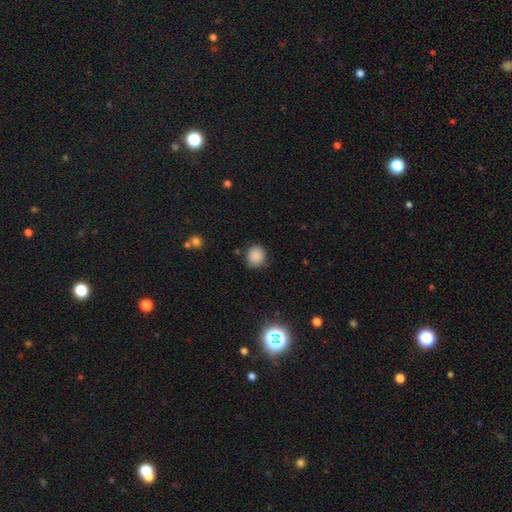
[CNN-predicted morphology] Smooth or featured: smooth — 87% (star or artifact — 10%)
How rounded: round — 82% (in between — 17%)
Merging: none — 85% (minor disturbance — 11%)